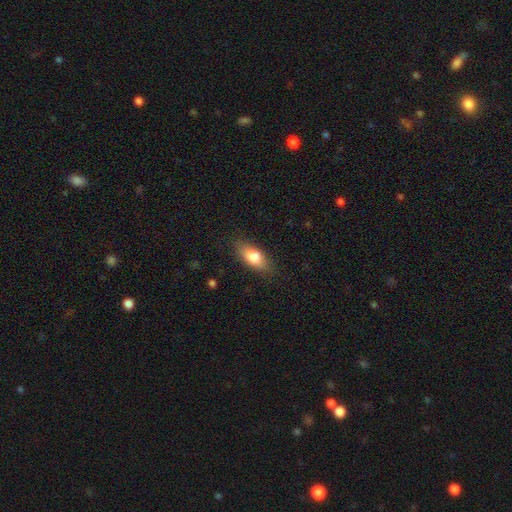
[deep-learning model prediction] A smooth galaxy with no disk features (80%) that is in between round and cigar-shaped (81%).

Vote fractions:
- Smooth or featured? smooth: 80% / featured or disk: 13% / star or artifact: 7%
- How rounded? in between: 81% / cigar-shaped: 15% / round: 5%
- Merging? none: 80% / minor disturbance: 15% / major disturbance: 4% / merger: 1%